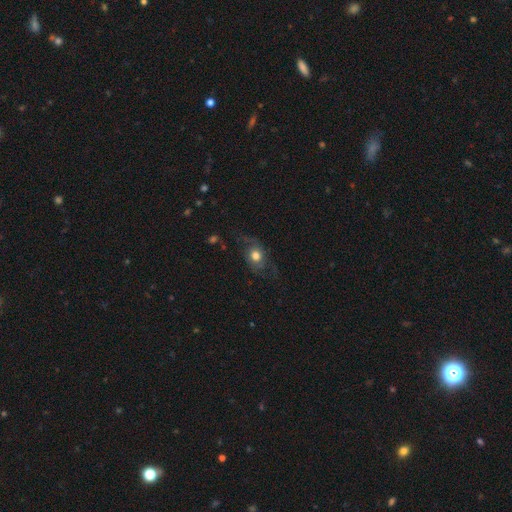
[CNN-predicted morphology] Overall: smooth (53%; featured or disk 37%). How rounded: round (52%; in between 45%). Merging: none (55%; minor disturbance 22%).